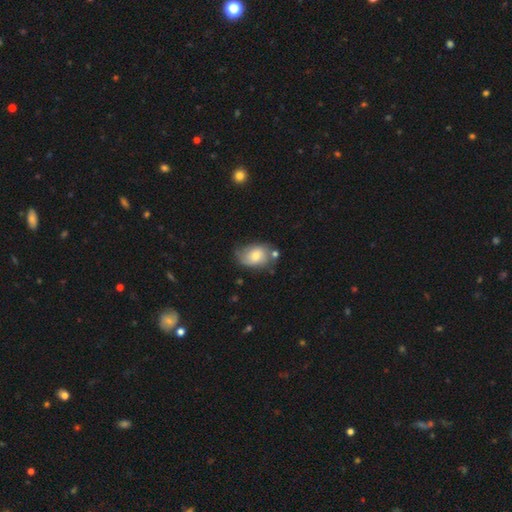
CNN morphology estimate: This is possibly a smooth galaxy (50%). How rounded: likely in between (73%). Merging: possibly none (54%).